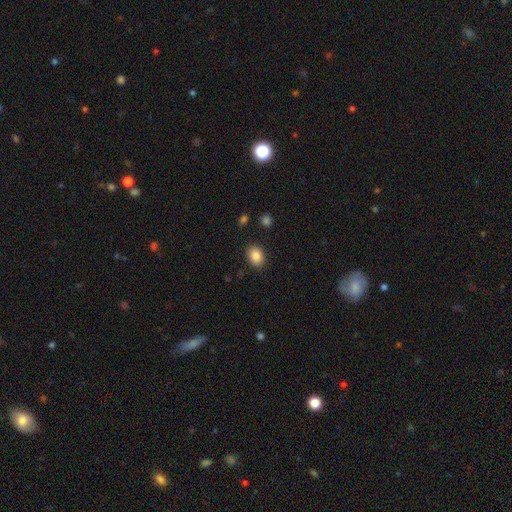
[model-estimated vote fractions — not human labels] Smooth or featured?
  - smooth: 88% *
  - star or artifact: 8%
  - featured or disk: 4%
How rounded?
  - in between: 71% *
  - round: 28%
  - cigar-shaped: 1%
Merging?
  - none: 87% *
  - minor disturbance: 9%
  - major disturbance: 3%
  - merger: 1%